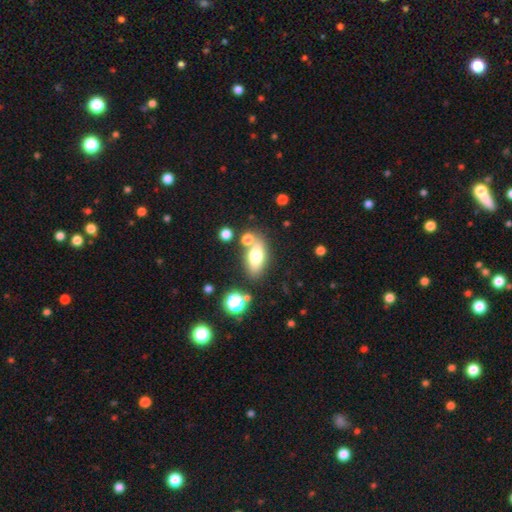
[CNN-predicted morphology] Overall: smooth (66%). How rounded: in between (75%). Merging: none (69%).